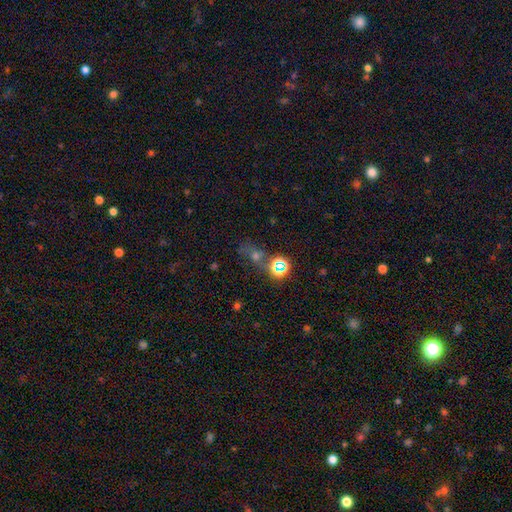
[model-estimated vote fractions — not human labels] Q: Smooth or featured?
A: star or artifact (51%); runner-up: smooth (34%)